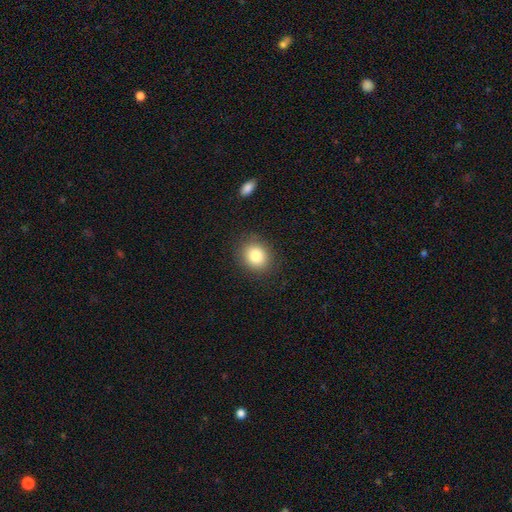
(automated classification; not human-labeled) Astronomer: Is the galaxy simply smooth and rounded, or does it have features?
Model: smooth — 83%.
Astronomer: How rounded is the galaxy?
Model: round — 72%.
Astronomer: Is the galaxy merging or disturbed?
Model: none — 87%.